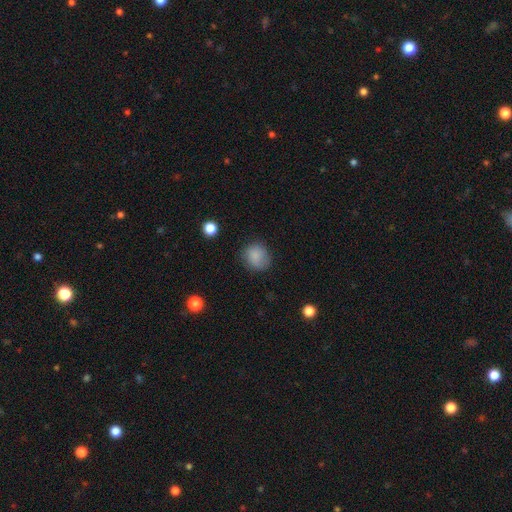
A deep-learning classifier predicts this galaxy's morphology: This appears to be a smooth galaxy with no disk features (84%) that is round (79%). Merging: none (76%).